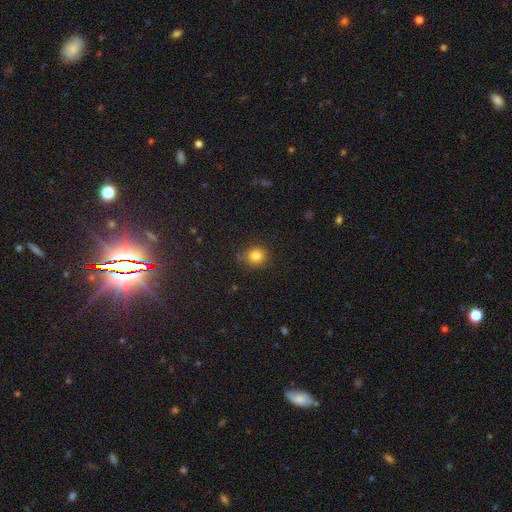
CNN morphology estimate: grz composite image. It shows a smooth galaxy with no disk features (83%) that is round (85%). Merging: none (82%).